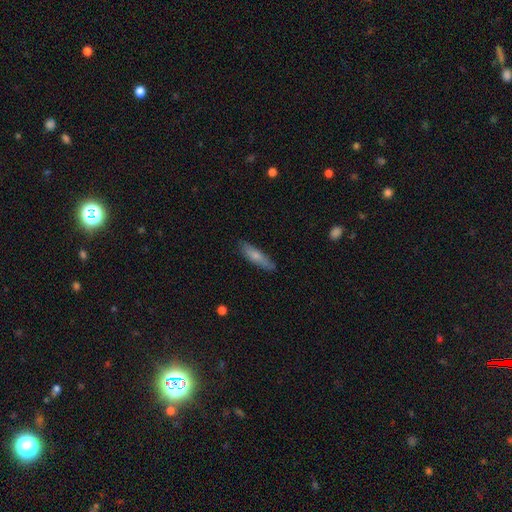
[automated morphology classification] A smooth galaxy with no disk features (70%) that is cigar-shaped (70%). Merging: none (81%).